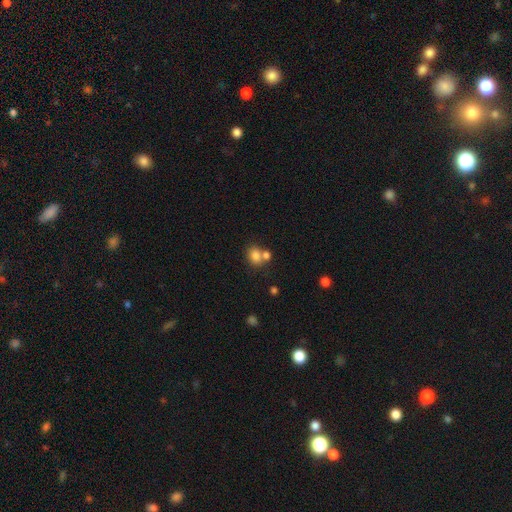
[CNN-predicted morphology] Overall: smooth (80%). How rounded: round (52%; in between 47%). Merging: none (47%; merger 38%).